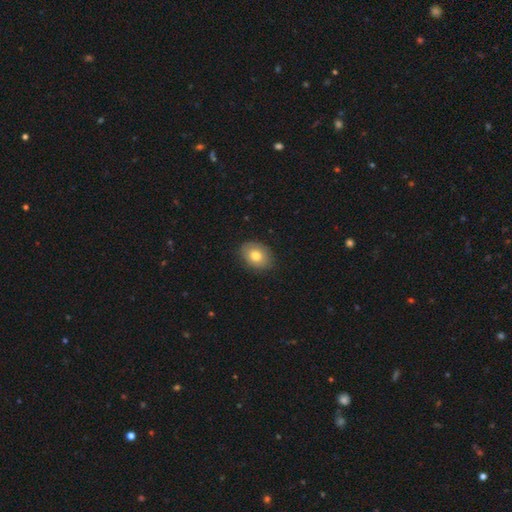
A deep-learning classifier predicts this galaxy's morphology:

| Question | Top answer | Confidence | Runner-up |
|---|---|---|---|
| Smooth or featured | smooth | 74% | featured or disk (18%) |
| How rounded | in between | 67% | round (32%) |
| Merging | none | 84% | minor disturbance (12%) |